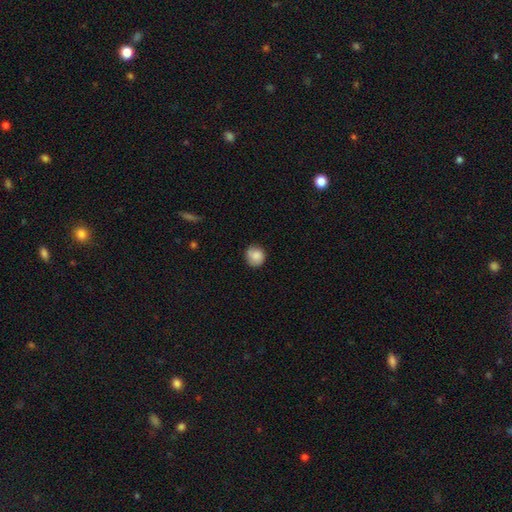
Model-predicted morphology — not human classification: A smooth galaxy with no disk features (81%) that is round (85%). Merging: none (75%).